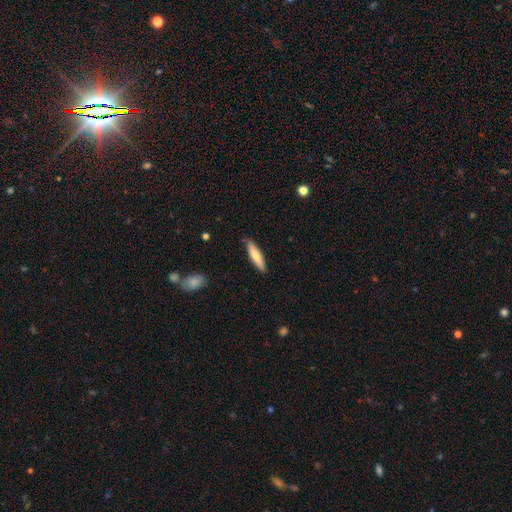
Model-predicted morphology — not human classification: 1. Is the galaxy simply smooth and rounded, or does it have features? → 73% smooth, 22% featured or disk, 5% star or artifact.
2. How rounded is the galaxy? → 80% cigar-shaped, 19% in between, 1% round.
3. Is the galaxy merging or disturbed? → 85% none, 12% minor disturbance, 2% major disturbance, 1% merger.